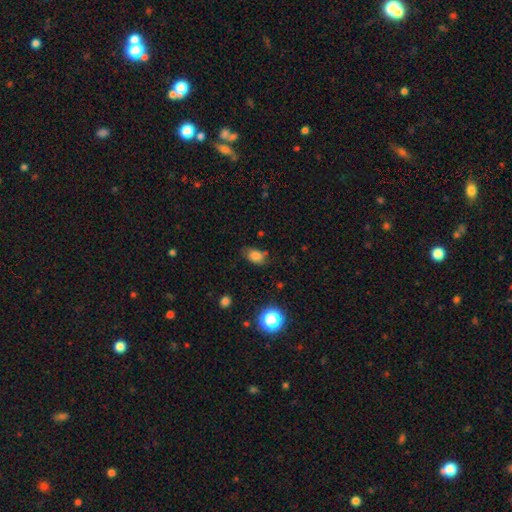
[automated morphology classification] smooth 80%, star or artifact 13%, featured or disk 7%. Down the decision tree: how rounded — in between (79%); merging — none (71%).